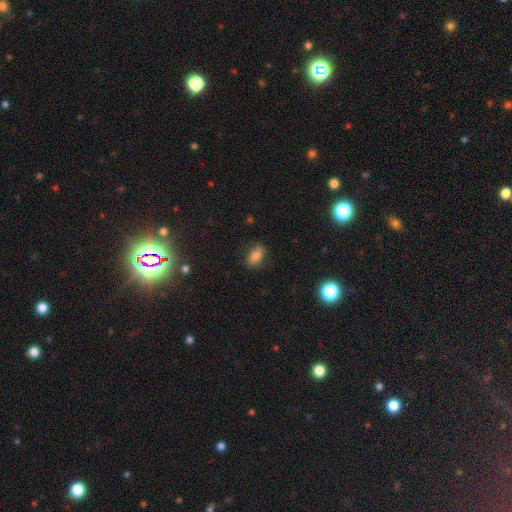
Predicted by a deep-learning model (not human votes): The model was most divided on "merging": none: 73%, minor disturbance: 20%, major disturbance: 5%, merger: 1%. More confident: how rounded — in between (86%); smooth or featured — smooth (75%).